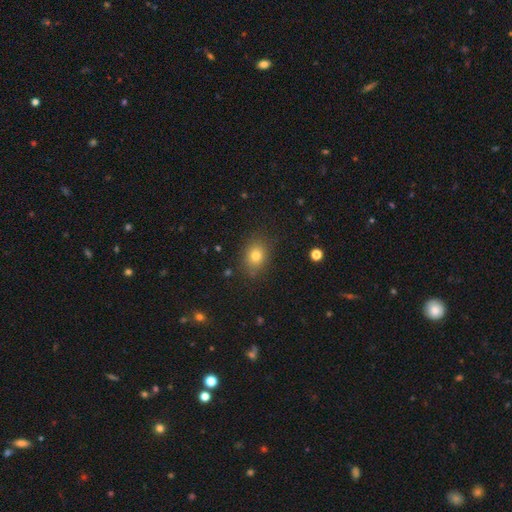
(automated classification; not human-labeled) Q: Smooth or featured?
A: smooth (79%); runner-up: star or artifact (13%)
Q: How rounded?
A: in between (52%); runner-up: round (47%)
Q: Merging?
A: none (84%); runner-up: minor disturbance (11%)